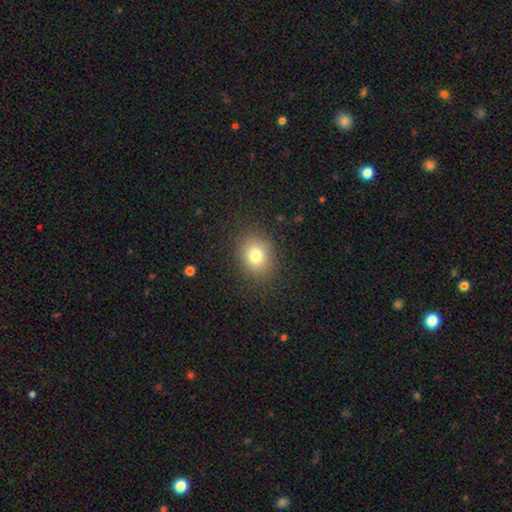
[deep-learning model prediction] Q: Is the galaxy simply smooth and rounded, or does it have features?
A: smooth — 78%.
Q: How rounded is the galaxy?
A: round — 68%.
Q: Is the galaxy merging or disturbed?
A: none — 86%.